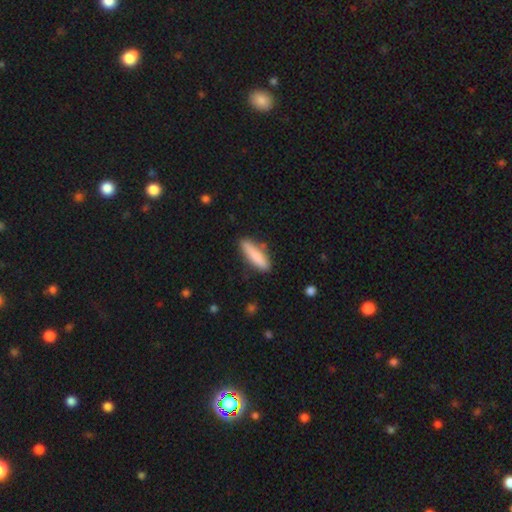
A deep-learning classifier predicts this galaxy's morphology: Smooth or featured? Predicted: smooth (p=0.82). How rounded? Predicted: cigar-shaped (p=0.72). Merging? Predicted: none (p=0.79).